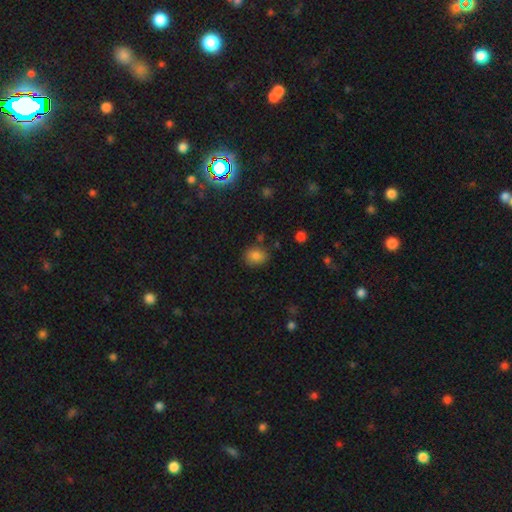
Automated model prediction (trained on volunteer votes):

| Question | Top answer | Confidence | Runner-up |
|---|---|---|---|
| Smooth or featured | smooth | 83% | star or artifact (11%) |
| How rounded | round | 56% | in between (43%) |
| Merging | none | 78% | minor disturbance (14%) |